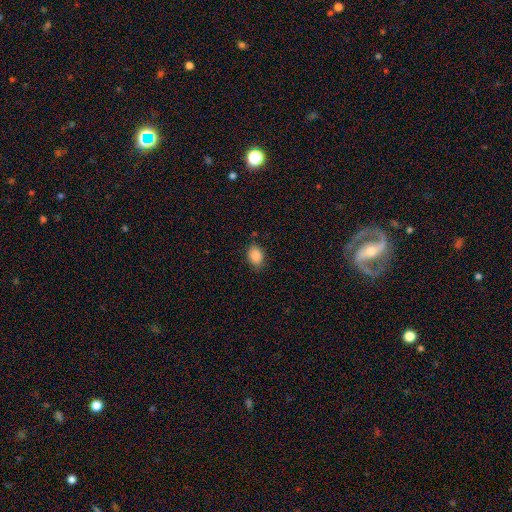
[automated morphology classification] smooth-or-featured: smooth: 88% | star or artifact: 9% | featured or disk: 4%
  how-rounded: in between: 74% | round: 25% | cigar-shaped: 1%
  merging: none: 82% | minor disturbance: 13% | major disturbance: 3% | merger: 1%